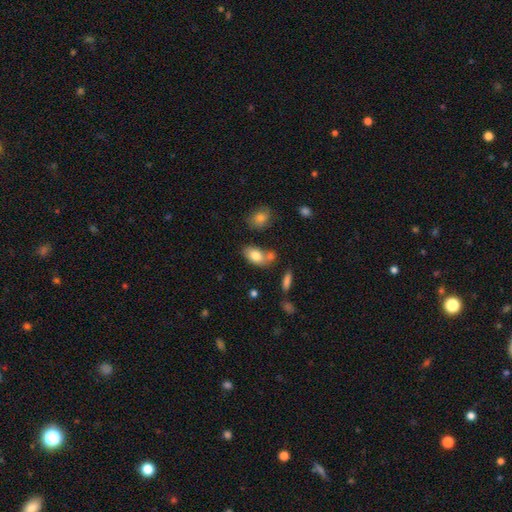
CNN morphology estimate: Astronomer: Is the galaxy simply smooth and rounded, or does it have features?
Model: smooth — 79%.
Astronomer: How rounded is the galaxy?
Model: in between — 90%.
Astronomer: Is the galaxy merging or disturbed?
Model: none — 53%.